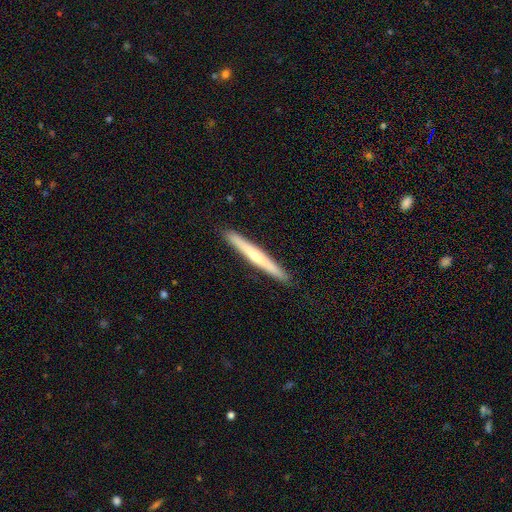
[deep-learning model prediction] A featured or disk galaxy (48%). Merging: none (92%).